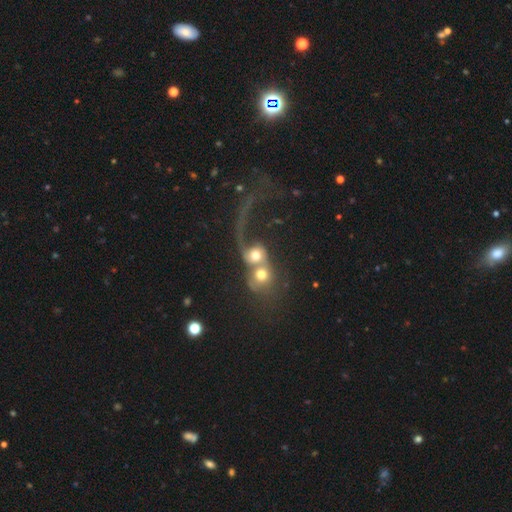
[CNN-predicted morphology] A featured or disk galaxy (46%). Merging: merger (78%).